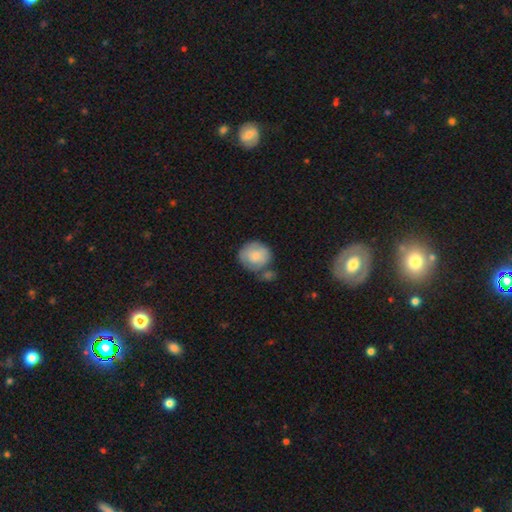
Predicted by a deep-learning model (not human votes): Q: Smooth or featured?
A: smooth (73%); runner-up: featured or disk (20%)
Q: How rounded?
A: round (82%); runner-up: in between (17%)
Q: Merging?
A: none (49%); runner-up: merger (23%)